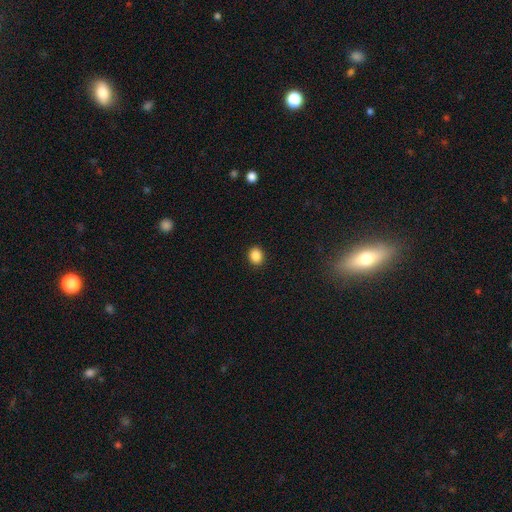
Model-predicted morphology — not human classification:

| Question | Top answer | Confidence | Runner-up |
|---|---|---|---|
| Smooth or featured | smooth | 88% | star or artifact (9%) |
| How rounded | round | 56% | in between (43%) |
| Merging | none | 91% | minor disturbance (7%) |